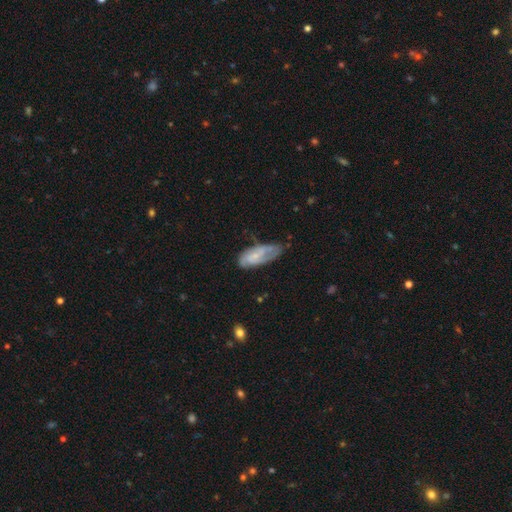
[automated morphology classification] This appears to be a featured or disk galaxy (58%) with no bar (58%), spiral arms (80%) and a small central bulge (63%). Merging: none (48%).